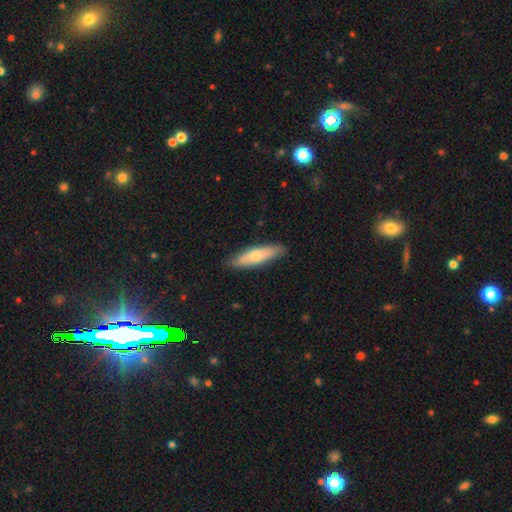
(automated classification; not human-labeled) Smooth or featured?
  - smooth: 65% *
  - featured or disk: 29%
  - star or artifact: 5%
How rounded?
  - cigar-shaped: 68% *
  - in between: 30%
  - round: 2%
Merging?
  - none: 85% *
  - minor disturbance: 12%
  - major disturbance: 2%
  - merger: 1%